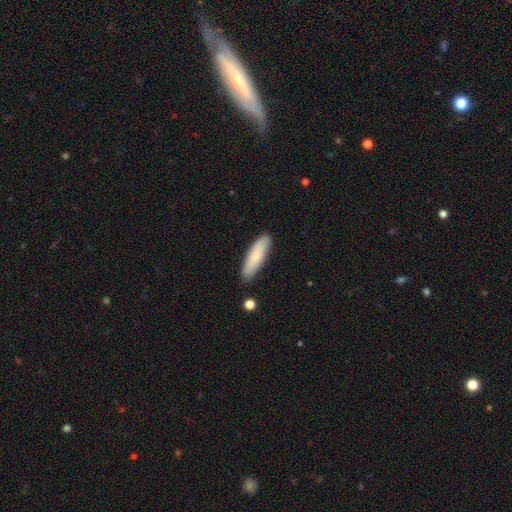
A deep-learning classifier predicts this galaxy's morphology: Smooth or featured?
  - smooth: 80% *
  - featured or disk: 14%
  - star or artifact: 6%
How rounded?
  - cigar-shaped: 67% *
  - in between: 31%
  - round: 1%
Merging?
  - none: 86% *
  - minor disturbance: 10%
  - merger: 2%
  - major disturbance: 2%